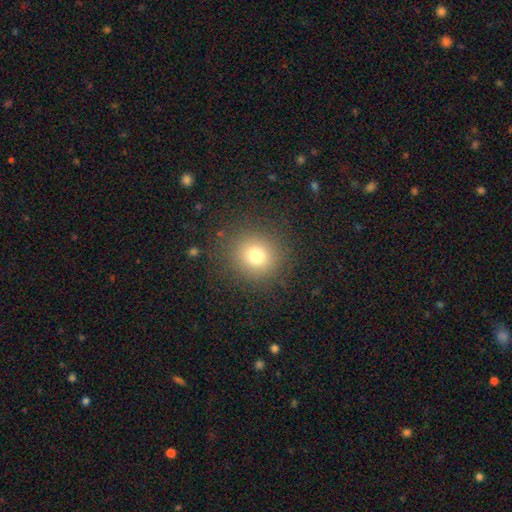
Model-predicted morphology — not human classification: Smooth or featured? Predicted: smooth (p=0.76). How rounded? Predicted: round (p=0.90). Merging? Predicted: none (p=0.87).